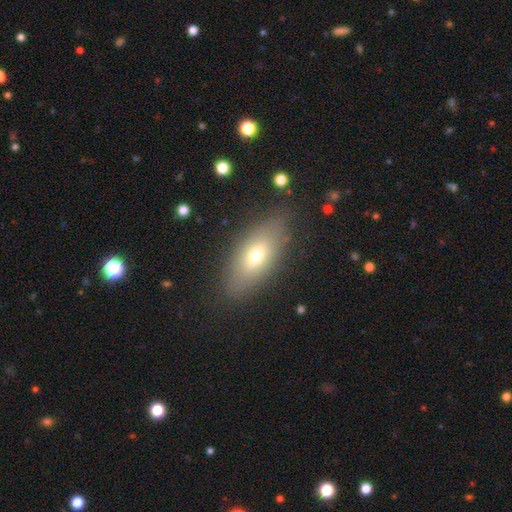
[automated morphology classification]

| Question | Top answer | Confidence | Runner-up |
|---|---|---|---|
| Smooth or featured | smooth | 66% | featured or disk (25%) |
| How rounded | in between | 80% | cigar-shaped (17%) |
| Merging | none | 83% | minor disturbance (12%) |